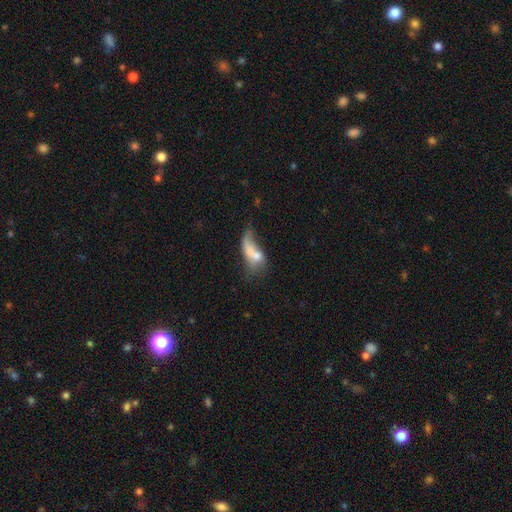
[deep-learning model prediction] This appears to be a smooth galaxy with no disk features (54%) that is in between round and cigar-shaped (76%). Merging: major disturbance (38%).